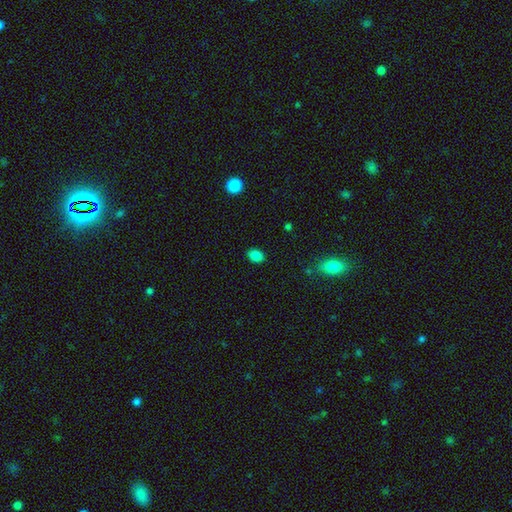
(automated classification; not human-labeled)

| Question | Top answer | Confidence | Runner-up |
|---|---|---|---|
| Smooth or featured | smooth | 84% | star or artifact (12%) |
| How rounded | in between | 69% | round (29%) |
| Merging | none | 86% | minor disturbance (10%) |